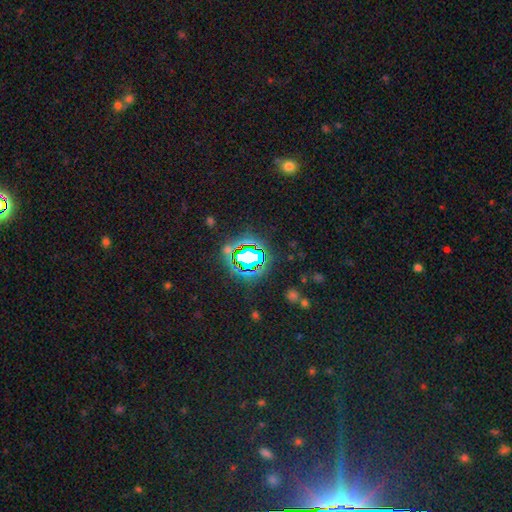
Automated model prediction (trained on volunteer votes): The model was most divided on "smooth or featured": star or artifact: 74%, smooth: 16%, featured or disk: 10%.